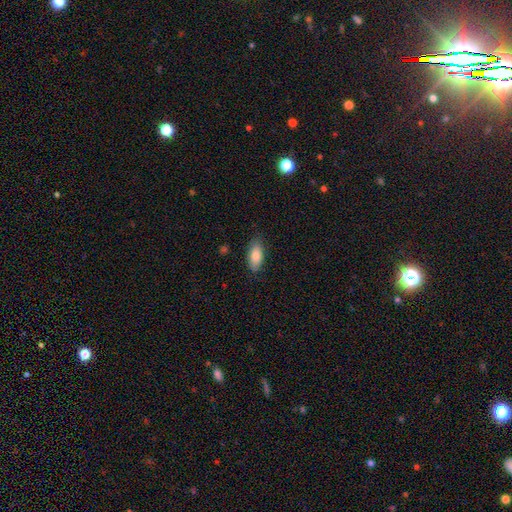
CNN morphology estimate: Q: Smooth or featured?
A: smooth (82%); runner-up: featured or disk (11%)
Q: How rounded?
A: in between (87%); runner-up: cigar-shaped (11%)
Q: Merging?
A: none (81%); runner-up: minor disturbance (15%)